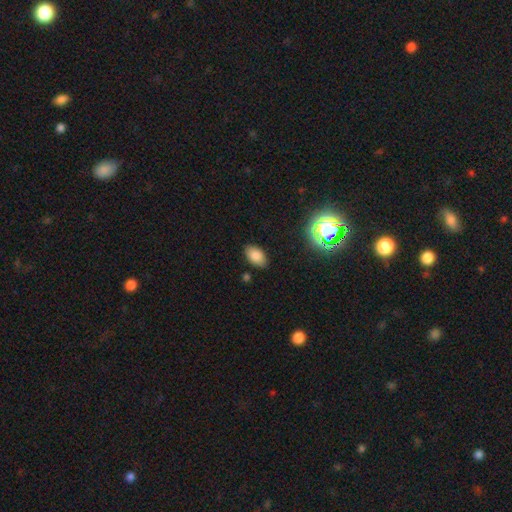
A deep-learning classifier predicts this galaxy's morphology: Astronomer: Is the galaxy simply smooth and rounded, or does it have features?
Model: smooth — 81%.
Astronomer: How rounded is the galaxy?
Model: in between — 91%.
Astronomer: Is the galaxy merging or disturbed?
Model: none — 86%.